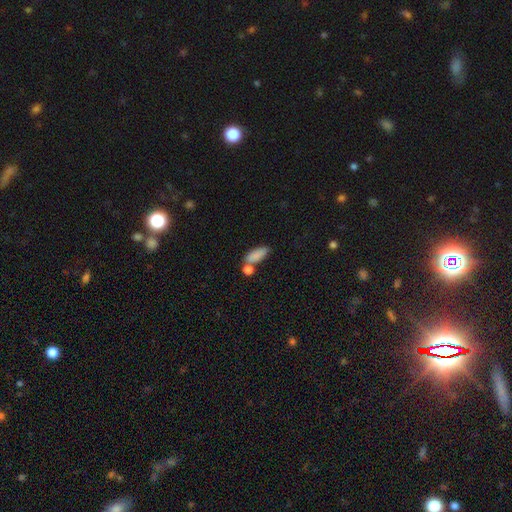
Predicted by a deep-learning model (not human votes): Smooth or featured?
  - smooth: 84% *
  - featured or disk: 8%
  - star or artifact: 8%
How rounded?
  - in between: 80% *
  - cigar-shaped: 17%
  - round: 4%
Merging?
  - none: 50% *
  - merger: 30%
  - minor disturbance: 15%
  - major disturbance: 5%